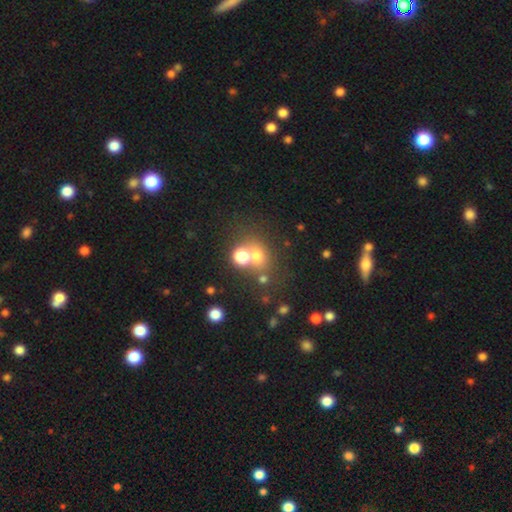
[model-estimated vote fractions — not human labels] Morphology: type=smooth (64%); roundness=round (72%); merging=none (55%).